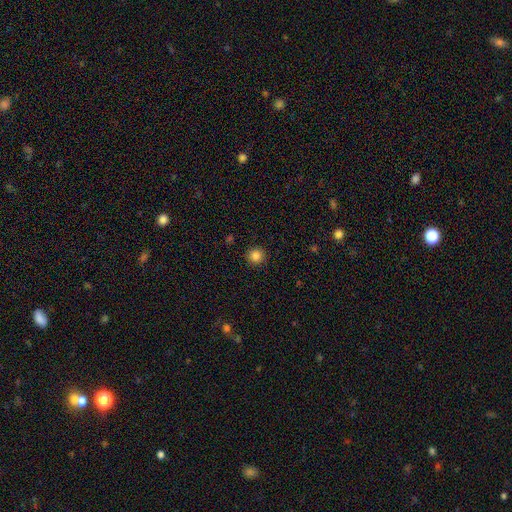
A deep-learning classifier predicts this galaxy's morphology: Overall: smooth (85%). How rounded: round (95%). Merging: none (92%).